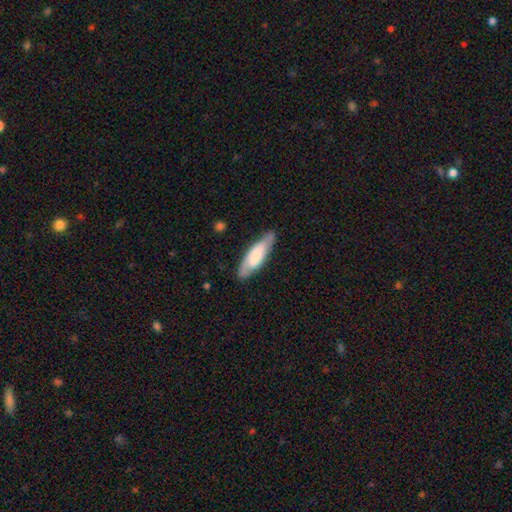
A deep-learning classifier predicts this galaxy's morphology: A smooth galaxy with no disk features (54%) that is cigar-shaped (53%).

Vote fractions:
- Smooth or featured? smooth: 54% / featured or disk: 41% / star or artifact: 5%
- How rounded? cigar-shaped: 53% / in between: 45% / round: 2%
- Merging? none: 79% / minor disturbance: 16% / major disturbance: 3% / merger: 1%